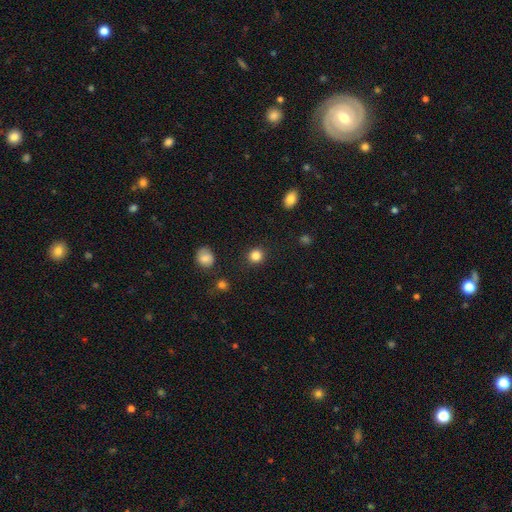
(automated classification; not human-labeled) This is clearly a smooth galaxy (85%). How rounded: clearly round (89%). Merging: clearly none (90%).